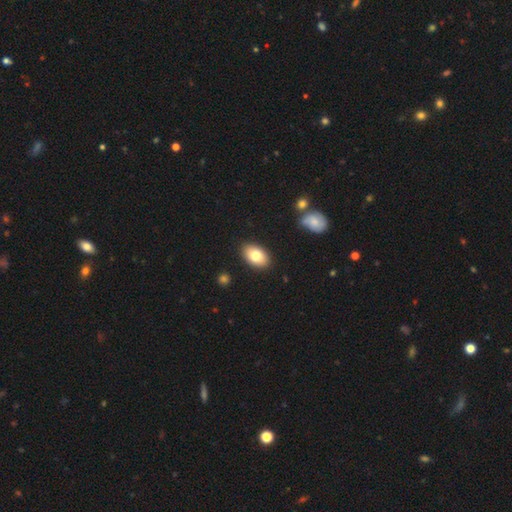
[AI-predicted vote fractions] A smooth galaxy with no disk features (78%) that is in between round and cigar-shaped (90%).

Vote fractions:
- Smooth or featured? smooth: 78% / featured or disk: 15% / star or artifact: 7%
- How rounded? in between: 90% / round: 8% / cigar-shaped: 1%
- Merging? none: 88% / minor disturbance: 8% / major disturbance: 2% / merger: 1%